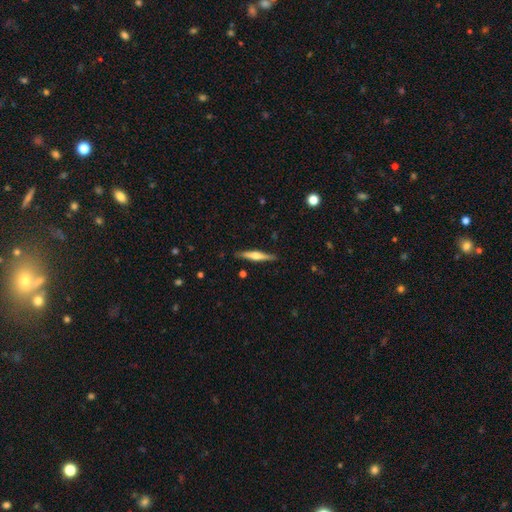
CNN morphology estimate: smooth_or_featured: featured or disk (p=0.59) [alt: smooth p=0.35]
disk_edge_on: yes (p=0.97) [alt: no p=0.03]
edge_on_bulge: rounded (p=0.80) [alt: boxy p=0.12]
merging: none (p=0.88) [alt: minor disturbance p=0.09]